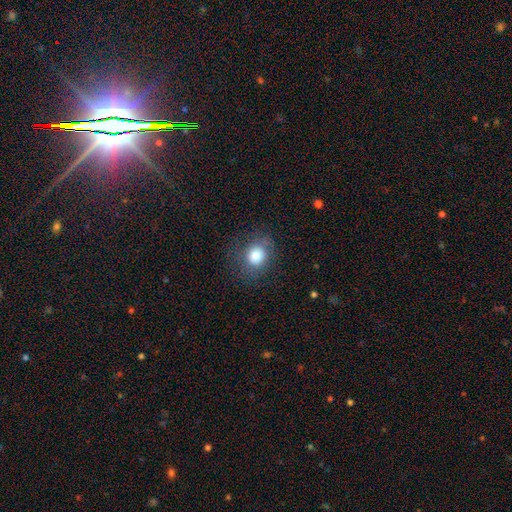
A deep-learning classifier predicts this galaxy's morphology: A smooth galaxy with no disk features (82%) that is round (68%). Merging: none (79%).